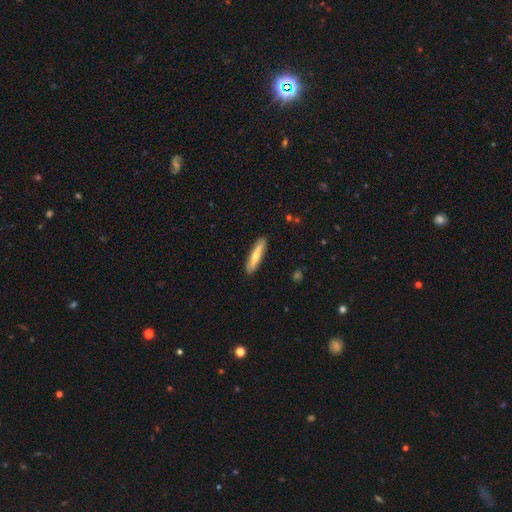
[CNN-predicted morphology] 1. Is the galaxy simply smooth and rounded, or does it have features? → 61% smooth, 33% featured or disk, 5% star or artifact.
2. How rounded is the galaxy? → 86% cigar-shaped, 12% in between, 2% round.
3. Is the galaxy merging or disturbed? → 90% none, 8% minor disturbance, 2% major disturbance, 1% merger.